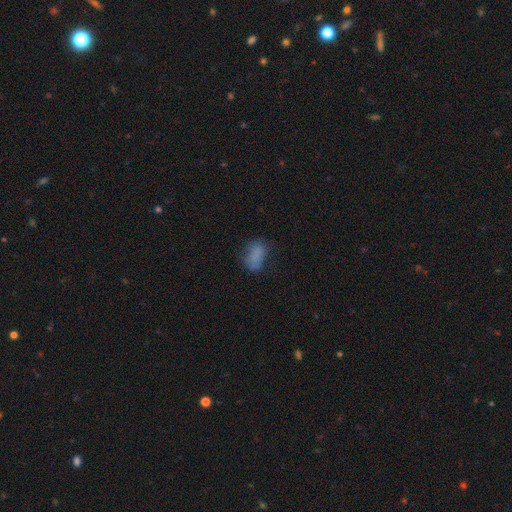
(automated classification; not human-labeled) The model was most divided on "merging": none: 56%, minor disturbance: 26%, major disturbance: 15%, merger: 3%. More confident: how rounded — in between (87%); smooth or featured — smooth (75%).